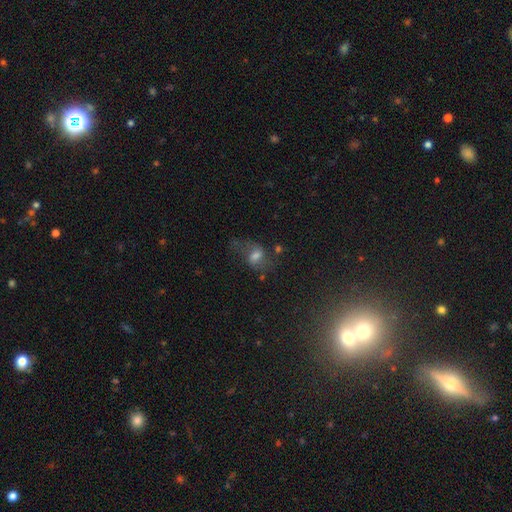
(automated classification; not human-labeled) featured or disk 45%, smooth 40%, star or artifact 15%. Down the decision tree: merging — none (47%).